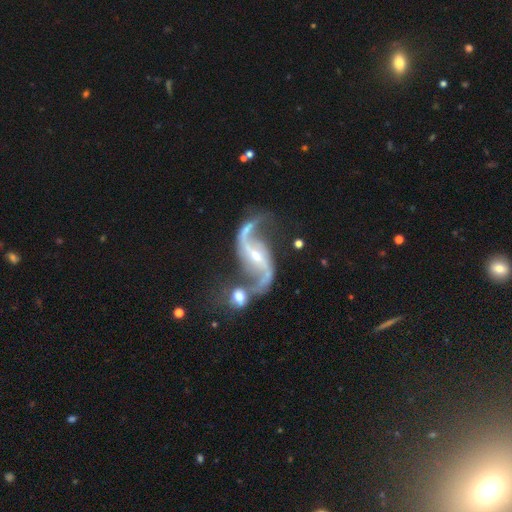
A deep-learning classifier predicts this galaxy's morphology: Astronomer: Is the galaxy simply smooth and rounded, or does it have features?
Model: featured or disk — 93%.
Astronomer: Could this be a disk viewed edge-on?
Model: no — 98%.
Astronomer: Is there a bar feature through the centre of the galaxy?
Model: strong — 44% (runner-up: weak, 34%).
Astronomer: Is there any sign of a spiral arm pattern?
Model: yes — 97%.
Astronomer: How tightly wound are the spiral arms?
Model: loose — 73%.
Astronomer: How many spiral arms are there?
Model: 2 — 94%.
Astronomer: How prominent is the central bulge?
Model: small — 64%.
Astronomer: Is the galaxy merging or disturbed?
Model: none — 49% (runner-up: merger, 26%).